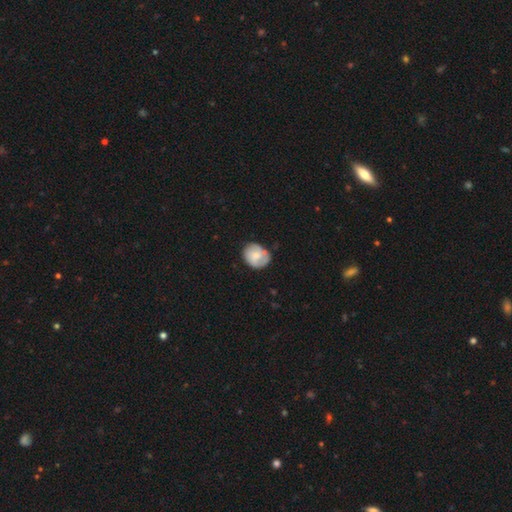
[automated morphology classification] type=smooth (62%); roundness=round (63%); merging=none (63%).